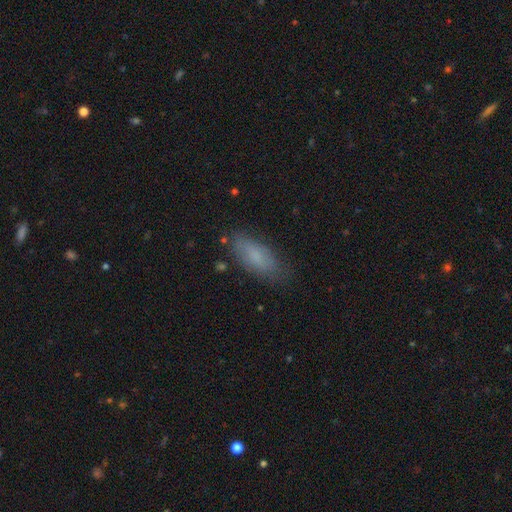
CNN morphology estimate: Smooth or featured?
  - smooth: 74% *
  - featured or disk: 18%
  - star or artifact: 8%
How rounded?
  - in between: 75% *
  - cigar-shaped: 22%
  - round: 2%
Merging?
  - none: 76% *
  - minor disturbance: 18%
  - major disturbance: 4%
  - merger: 2%